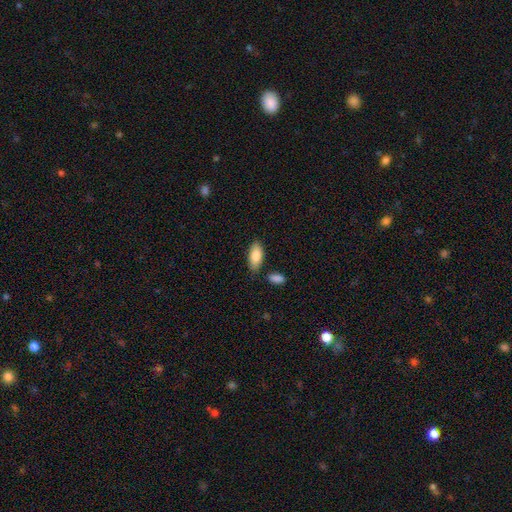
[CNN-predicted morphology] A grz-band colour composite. It shows a smooth galaxy with no disk features (84%) that is in between round and cigar-shaped (86%). Merging: none (78%).